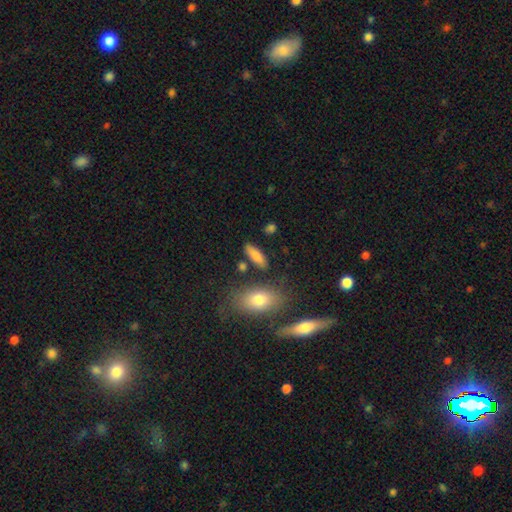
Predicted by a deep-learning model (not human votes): A smooth galaxy with no disk features (80%) that is in between round and cigar-shaped (57%). Merging: none (79%).